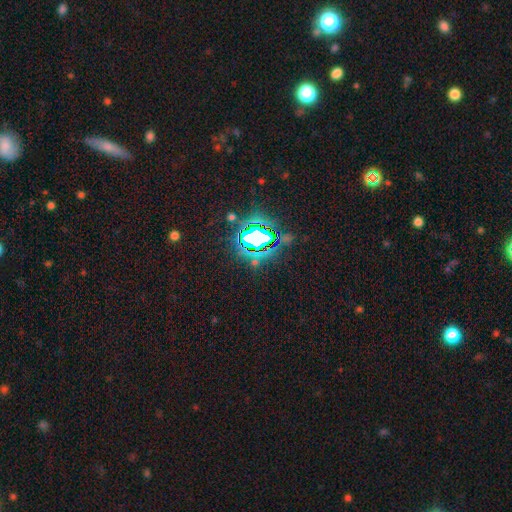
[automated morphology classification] Overall: star or artifact (83%).